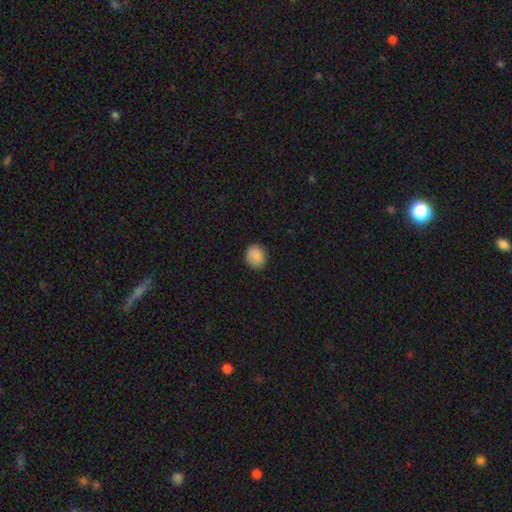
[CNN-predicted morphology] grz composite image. It shows a smooth galaxy with no disk features (88%) that is round (71%). Merging: none (86%).